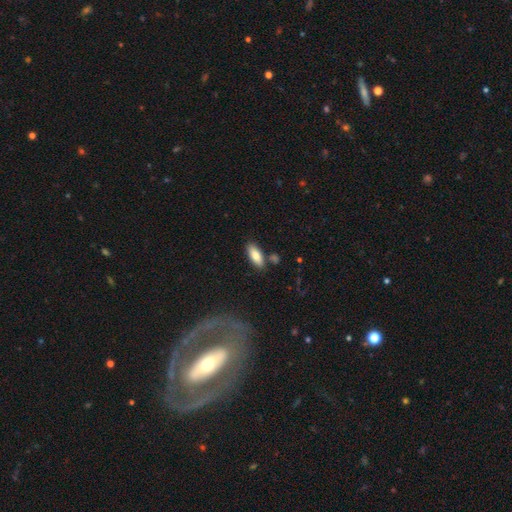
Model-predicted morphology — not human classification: Smooth or featured? smooth (81%)
How rounded? in between (78%)
Merging? none (80%)